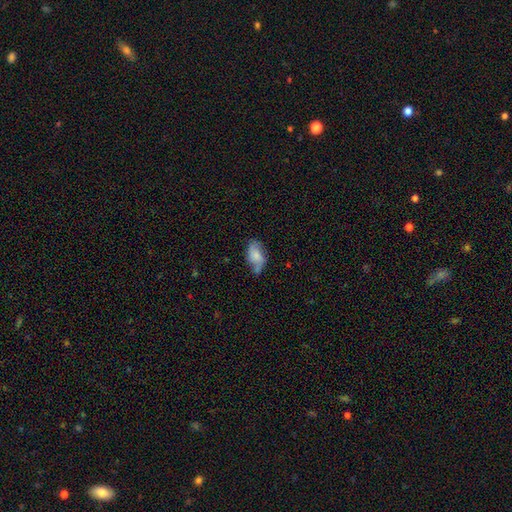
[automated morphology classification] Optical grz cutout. It shows a smooth galaxy with no disk features (66%) that is in between round and cigar-shaped (91%). Merging: none (48%).